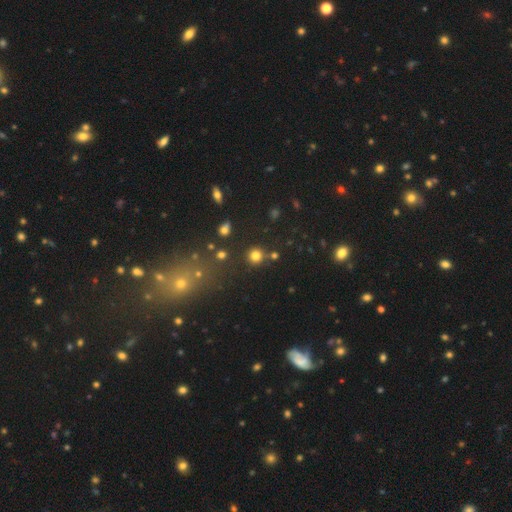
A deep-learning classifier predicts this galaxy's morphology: Smooth or featured: smooth — 78% (star or artifact — 16%)
How rounded: round — 93% (in between — 6%)
Merging: none — 81% (minor disturbance — 8%)